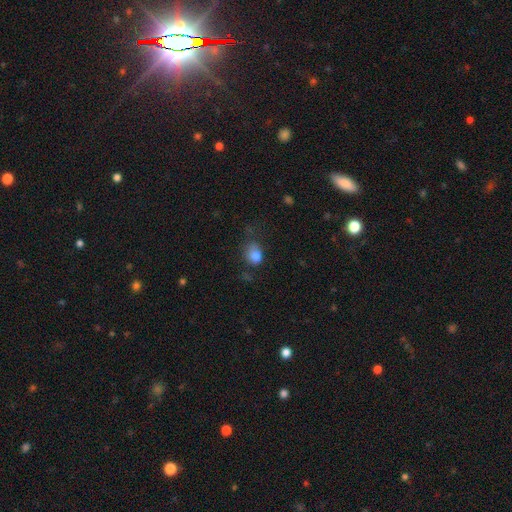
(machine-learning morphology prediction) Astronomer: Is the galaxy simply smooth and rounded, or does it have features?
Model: smooth — 80%.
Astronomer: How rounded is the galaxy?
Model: in between — 52% (runner-up: round, 47%).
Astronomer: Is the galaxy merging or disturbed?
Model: none — 43% (runner-up: minor disturbance, 31%).